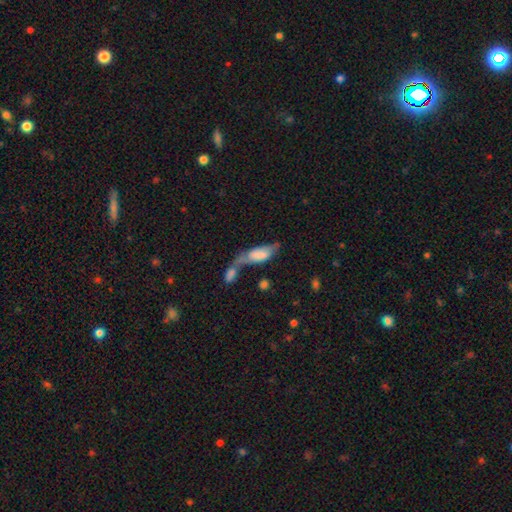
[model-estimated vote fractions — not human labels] Q: Smooth or featured?
A: smooth (63%); runner-up: featured or disk (27%)
Q: How rounded?
A: in between (72%); runner-up: cigar-shaped (24%)
Q: Merging?
A: merger (57%); runner-up: none (18%)